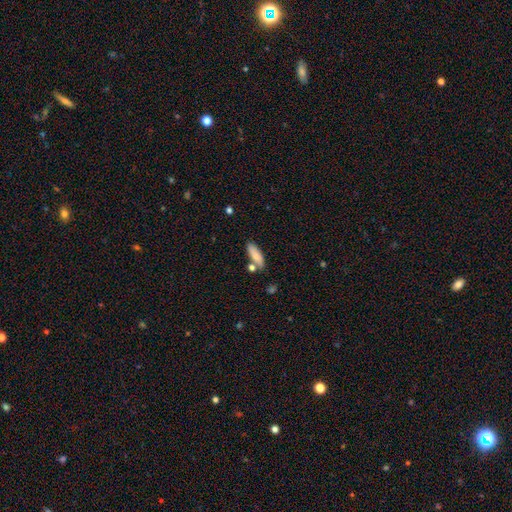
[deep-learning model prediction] Morphology: type=smooth (82%); roundness=in between (56%); merging=none (73%).